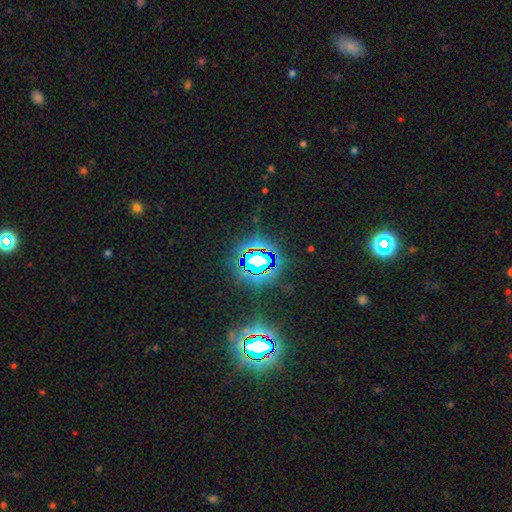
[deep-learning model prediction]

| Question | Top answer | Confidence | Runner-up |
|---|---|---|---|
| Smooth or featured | star or artifact | 82% | smooth (10%) |